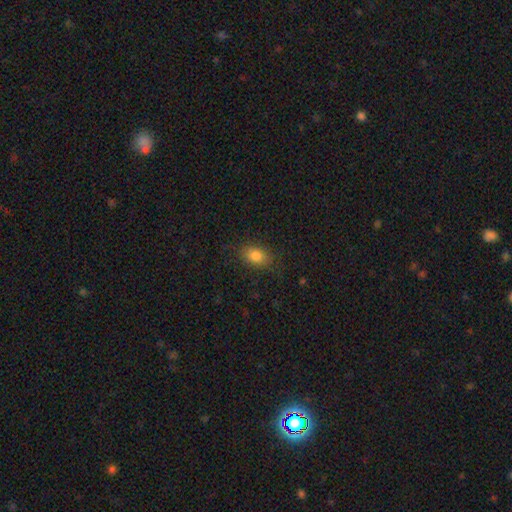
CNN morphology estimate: Smooth or featured?
  - smooth: 83% *
  - star or artifact: 10%
  - featured or disk: 7%
How rounded?
  - in between: 79% *
  - round: 18%
  - cigar-shaped: 2%
Merging?
  - none: 81% *
  - minor disturbance: 14%
  - major disturbance: 4%
  - merger: 1%